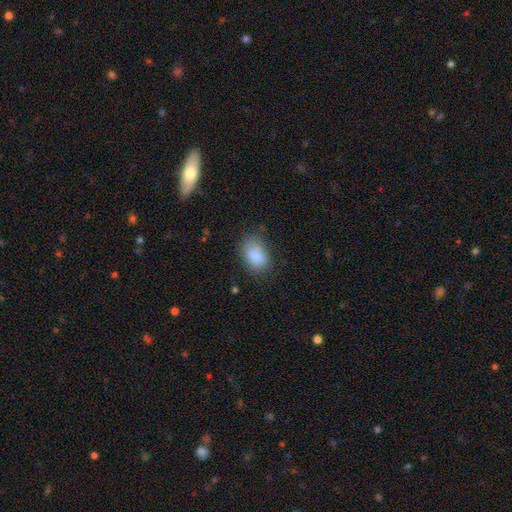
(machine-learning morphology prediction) This is clearly a smooth galaxy (84%). How rounded: clearly in between (86%). Merging: likely none (65%).